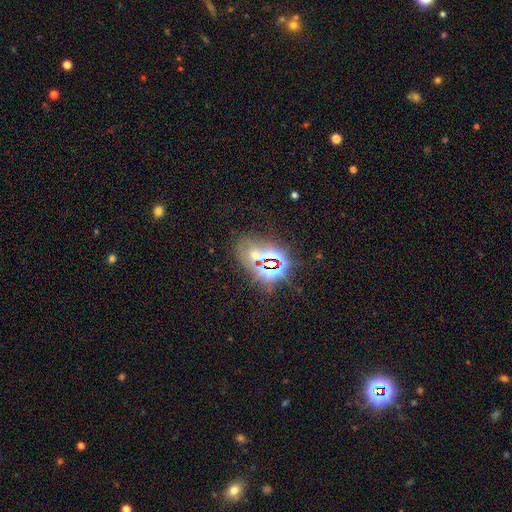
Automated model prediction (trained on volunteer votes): A star or artifact, not a galaxy (63%).

Vote fractions:
- Smooth or featured? star or artifact: 63% / smooth: 24% / featured or disk: 13%